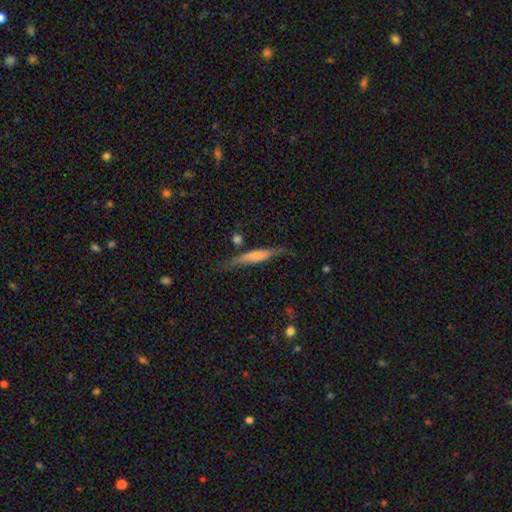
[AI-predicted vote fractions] Smooth or featured: smooth — 50% (featured or disk — 43%)
How rounded: cigar-shaped — 84% (in between — 13%)
Merging: none — 61% (minor disturbance — 24%)